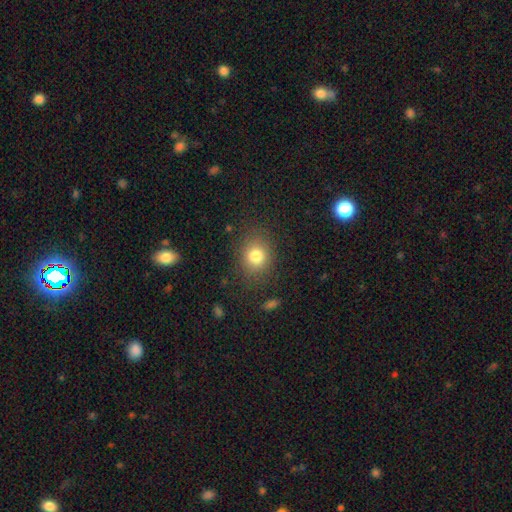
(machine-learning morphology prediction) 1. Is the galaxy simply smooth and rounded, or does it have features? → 79% smooth, 12% star or artifact, 9% featured or disk.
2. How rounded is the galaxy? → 63% round, 36% in between, 1% cigar-shaped.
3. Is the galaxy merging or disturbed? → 81% none, 12% minor disturbance, 5% major disturbance, 2% merger.